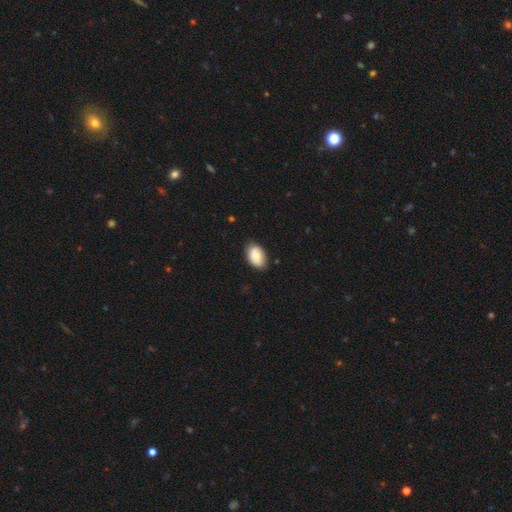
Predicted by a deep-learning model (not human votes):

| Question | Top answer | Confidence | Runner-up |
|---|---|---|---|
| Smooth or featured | smooth | 81% | featured or disk (13%) |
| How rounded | in between | 90% | round (9%) |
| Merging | none | 79% | minor disturbance (17%) |